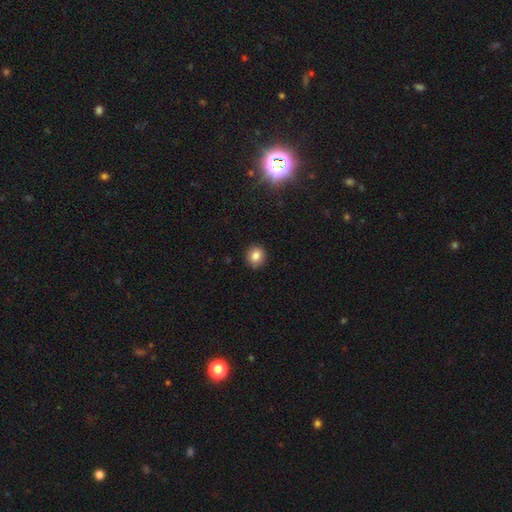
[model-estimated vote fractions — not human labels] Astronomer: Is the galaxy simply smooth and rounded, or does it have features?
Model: smooth — 84%.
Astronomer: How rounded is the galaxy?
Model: round — 86%.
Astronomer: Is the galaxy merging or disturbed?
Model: none — 90%.